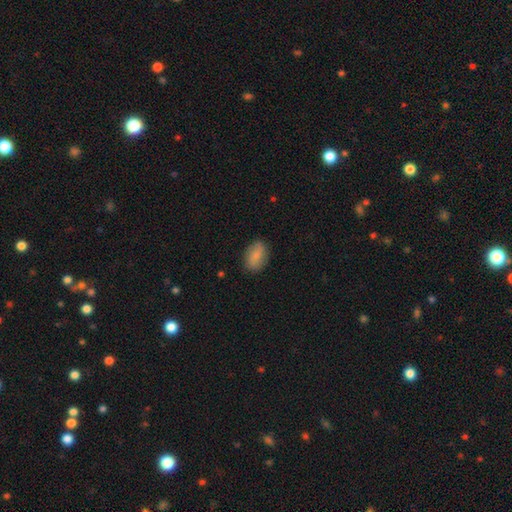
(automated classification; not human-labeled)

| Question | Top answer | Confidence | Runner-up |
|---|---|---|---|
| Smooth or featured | smooth | 78% | featured or disk (15%) |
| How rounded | in between | 89% | round (9%) |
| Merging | none | 83% | minor disturbance (13%) |